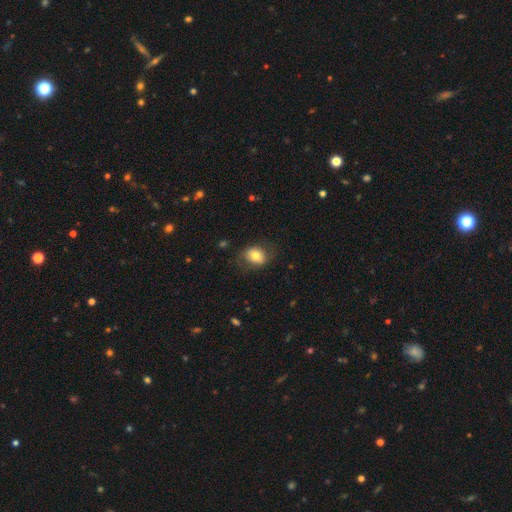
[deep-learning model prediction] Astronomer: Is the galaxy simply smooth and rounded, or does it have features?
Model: smooth — 72%.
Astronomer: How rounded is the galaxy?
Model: in between — 63%.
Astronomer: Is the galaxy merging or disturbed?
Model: none — 70%.